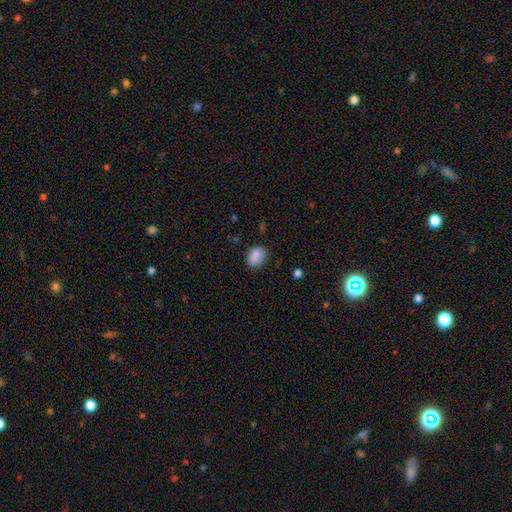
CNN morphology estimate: Smooth or featured?
  - smooth: 84% *
  - star or artifact: 9%
  - featured or disk: 8%
How rounded?
  - in between: 70% *
  - round: 29%
  - cigar-shaped: 1%
Merging?
  - none: 74% *
  - minor disturbance: 19%
  - major disturbance: 4%
  - merger: 3%